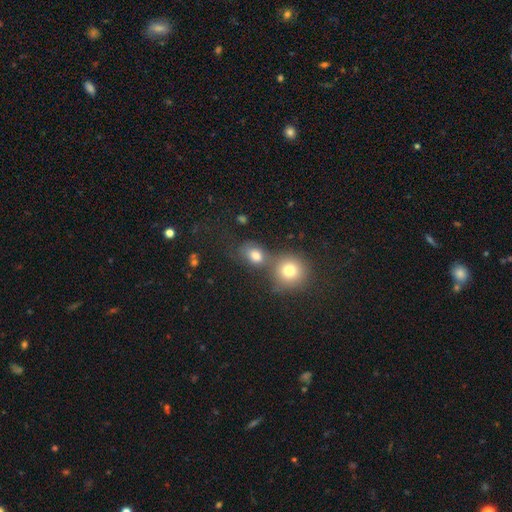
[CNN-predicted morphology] Overall: smooth (75%). How rounded: round (54%; in between 45%). Merging: merger (42%; none 41%).